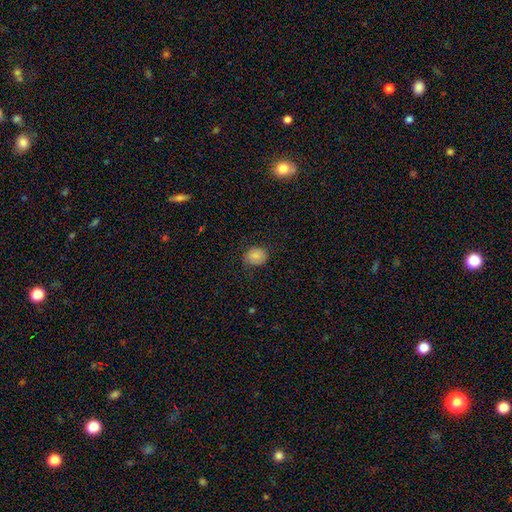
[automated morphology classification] A smooth galaxy with no disk features (84%) that is round (65%). Merging: none (75%).